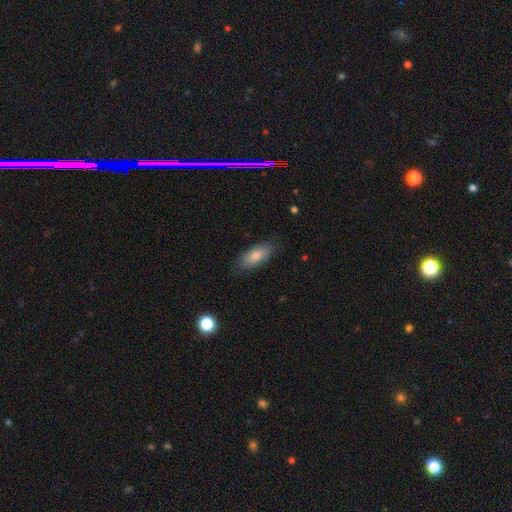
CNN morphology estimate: The model was most divided on "how rounded": in between: 82%, cigar-shaped: 16%, round: 2%. More confident: smooth or featured — smooth (83%); merging — none (81%).